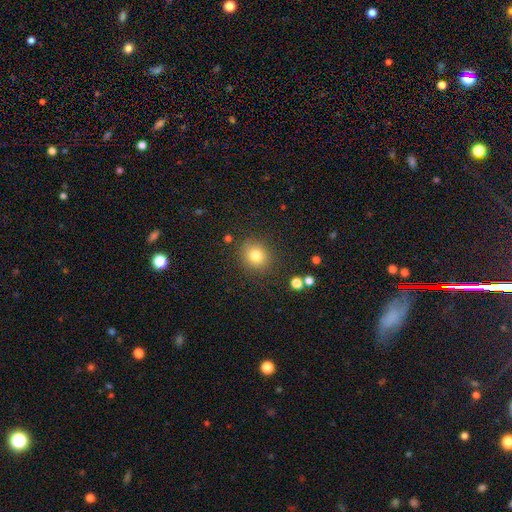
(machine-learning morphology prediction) smooth 80%, star or artifact 12%, featured or disk 8%. Down the decision tree: how rounded — round (78%); merging — none (86%).